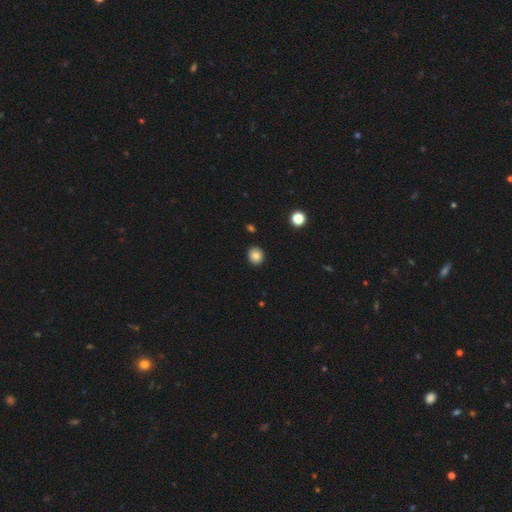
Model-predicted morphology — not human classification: Smooth or featured?
  - smooth: 81% *
  - star or artifact: 10%
  - featured or disk: 9%
How rounded?
  - round: 83% *
  - in between: 16%
  - cigar-shaped: 1%
Merging?
  - none: 91% *
  - minor disturbance: 6%
  - major disturbance: 2%
  - merger: 1%